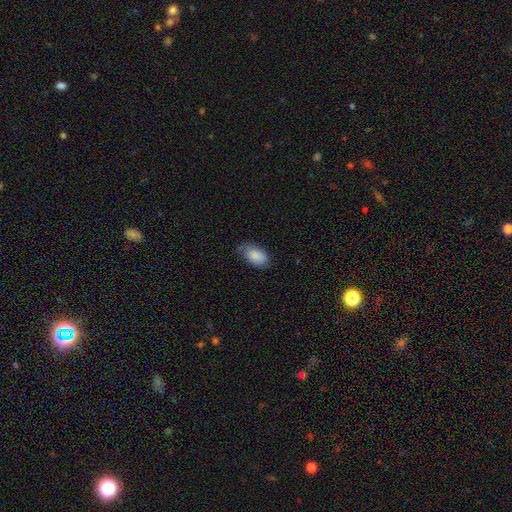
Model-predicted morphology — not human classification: smooth 84%, featured or disk 10%, star or artifact 6%. Down the decision tree: how rounded — in between (93%); merging — none (64%).